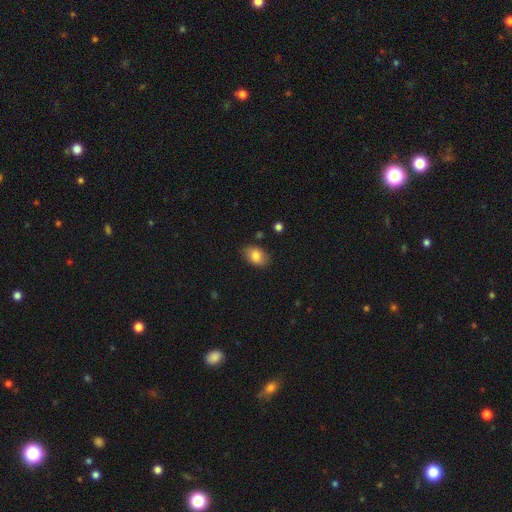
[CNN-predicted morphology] Smooth or featured: smooth — 82% (featured or disk — 10%)
How rounded: in between — 84% (round — 15%)
Merging: none — 84% (minor disturbance — 12%)